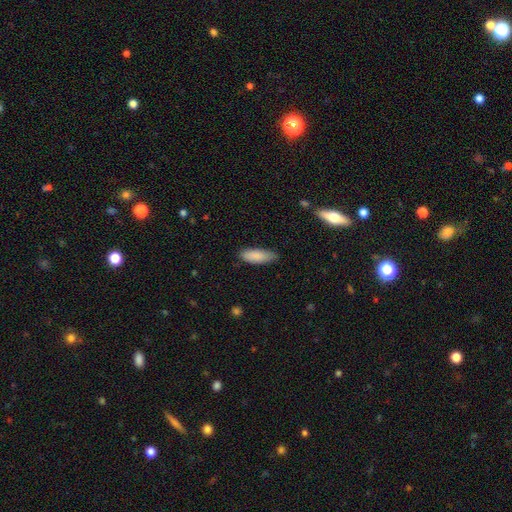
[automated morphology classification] Smooth or featured?
  - smooth: 87% *
  - featured or disk: 7%
  - star or artifact: 6%
How rounded?
  - in between: 67% *
  - cigar-shaped: 31%
  - round: 2%
Merging?
  - none: 75% *
  - minor disturbance: 21%
  - major disturbance: 3%
  - merger: 1%